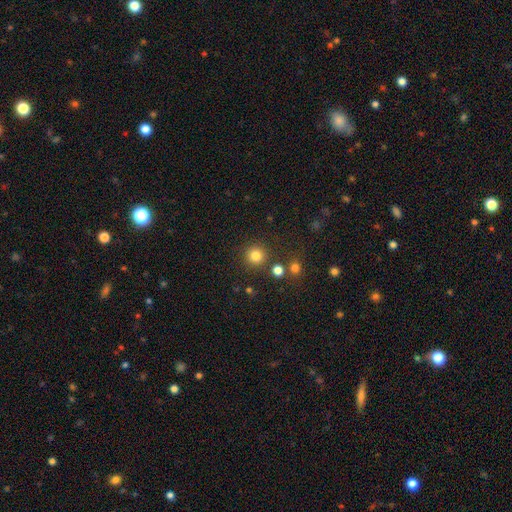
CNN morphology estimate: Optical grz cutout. It shows a smooth galaxy with no disk features (83%) that is round (94%). Merging: none (86%).